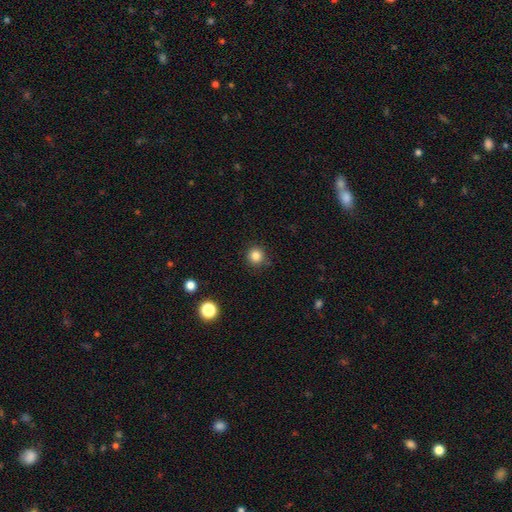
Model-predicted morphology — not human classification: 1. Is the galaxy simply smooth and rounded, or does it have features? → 84% smooth, 12% star or artifact, 4% featured or disk.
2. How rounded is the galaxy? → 95% round, 4% in between, 1% cigar-shaped.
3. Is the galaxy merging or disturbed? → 88% none, 8% minor disturbance, 2% major disturbance, 2% merger.